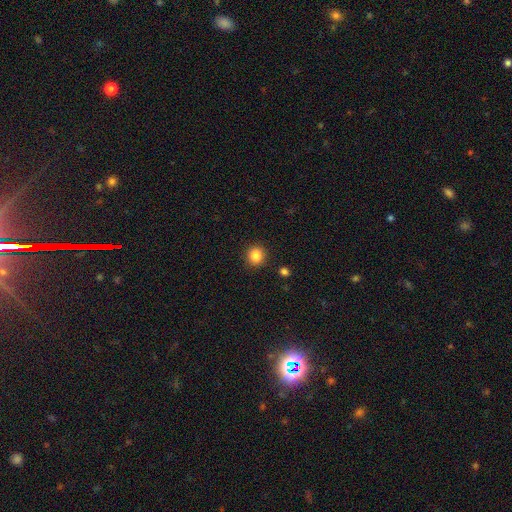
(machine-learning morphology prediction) The model was most divided on "smooth or featured": smooth: 85%, star or artifact: 10%, featured or disk: 4%. More confident: merging — none (91%); how rounded — round (90%).